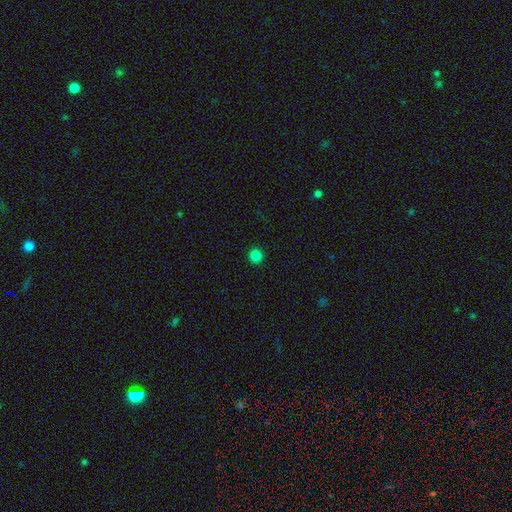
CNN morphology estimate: This appears to be a smooth galaxy with no disk features (84%) that is round (96%). Merging: none (93%).